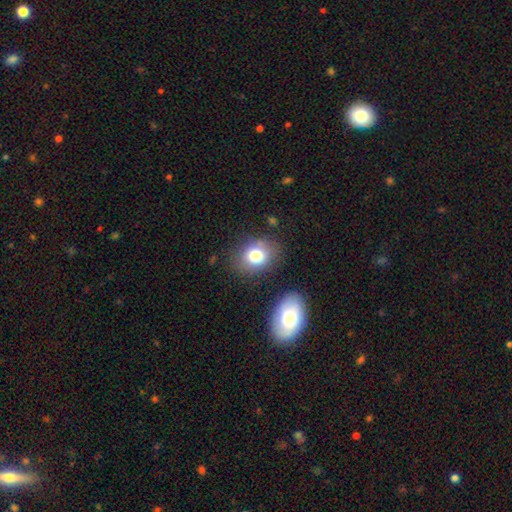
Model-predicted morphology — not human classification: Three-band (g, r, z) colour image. It shows a smooth galaxy with no disk features (77%) that is round (50%). Merging: none (77%).